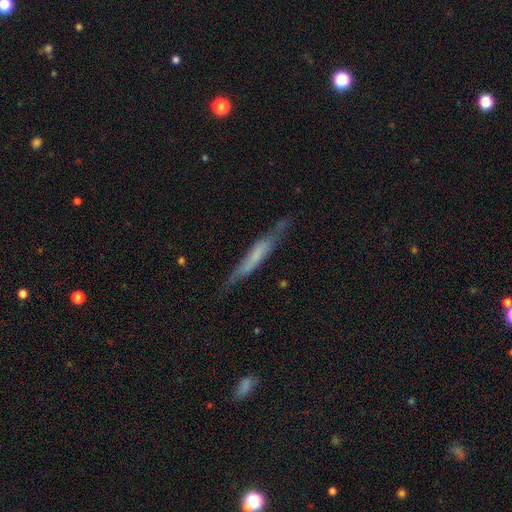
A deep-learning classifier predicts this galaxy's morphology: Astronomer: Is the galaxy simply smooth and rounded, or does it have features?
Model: featured or disk — 51% (runner-up: smooth, 42%).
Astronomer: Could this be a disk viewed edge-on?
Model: yes — 81%.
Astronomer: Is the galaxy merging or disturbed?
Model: none — 68%.